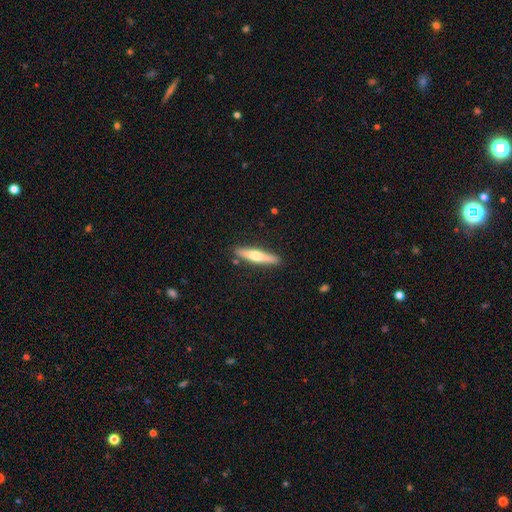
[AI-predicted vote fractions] Overall: featured or disk (48%; smooth 47%). Merging: none (88%).